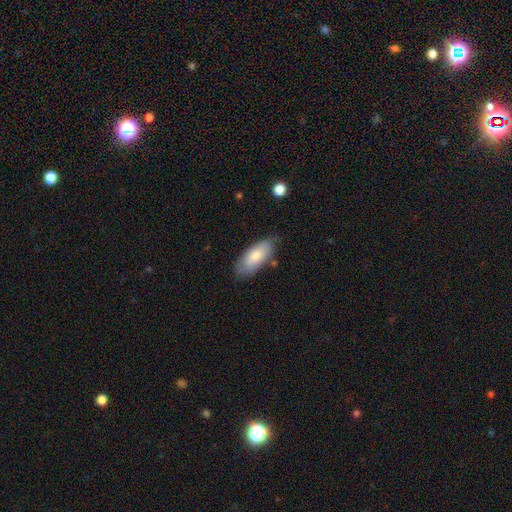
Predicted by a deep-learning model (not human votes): A smooth galaxy with no disk features (78%) that is in between round and cigar-shaped (86%). Merging: none (74%).